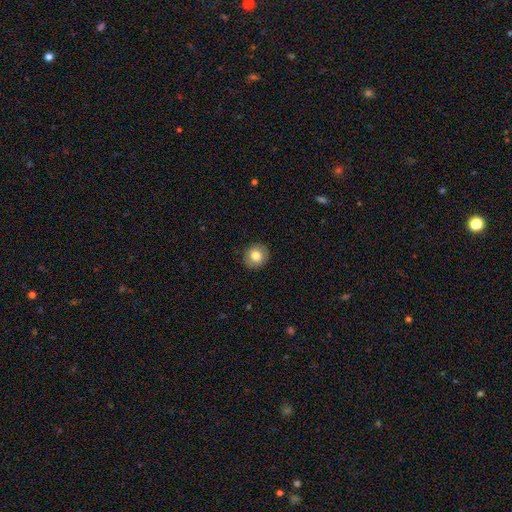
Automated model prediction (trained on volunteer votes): Smooth or featured? smooth (79%)
How rounded? round (90%)
Merging? none (90%)